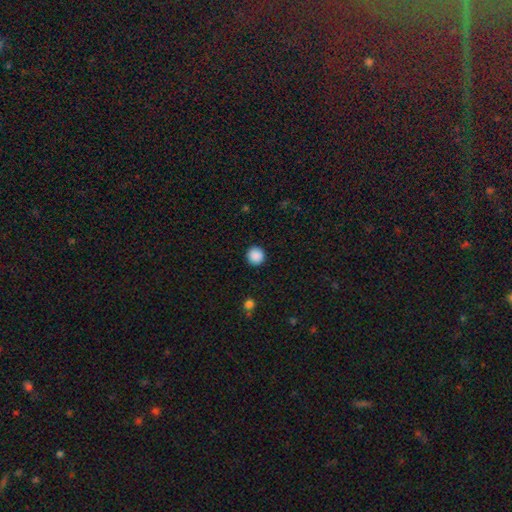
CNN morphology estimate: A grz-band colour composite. It shows a smooth galaxy with no disk features (89%) that is round (95%). Merging: none (92%).